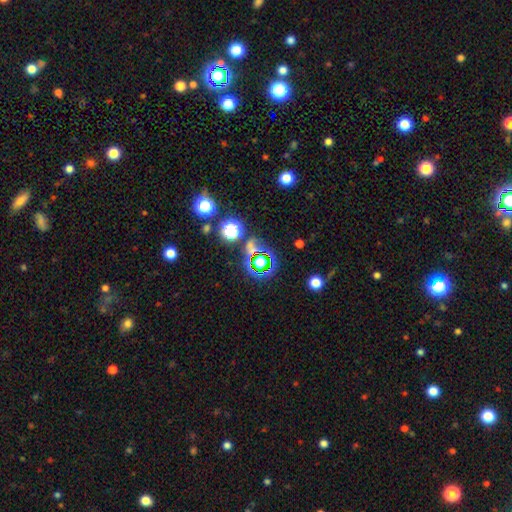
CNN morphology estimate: This is likely a star or artifact rather than a galaxy (70%).